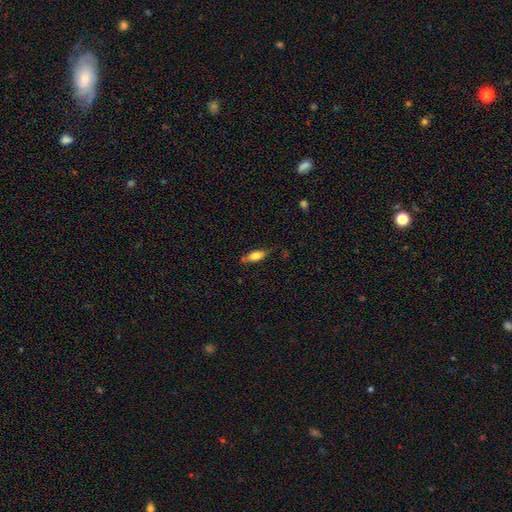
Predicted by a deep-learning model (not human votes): A smooth galaxy with no disk features (75%) that is in between round and cigar-shaped (80%).

Vote fractions:
- Smooth or featured? smooth: 75% / featured or disk: 18% / star or artifact: 7%
- How rounded? in between: 80% / cigar-shaped: 18% / round: 3%
- Merging? none: 69% / minor disturbance: 22% / major disturbance: 5% / merger: 4%